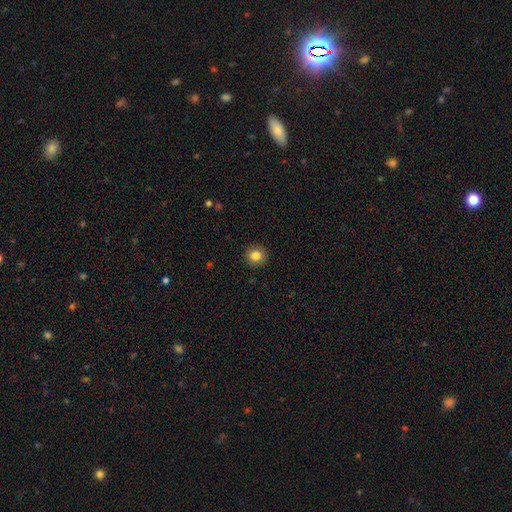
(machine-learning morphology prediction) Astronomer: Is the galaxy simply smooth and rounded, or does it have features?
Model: smooth — 84%.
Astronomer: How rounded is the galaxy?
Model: round — 91%.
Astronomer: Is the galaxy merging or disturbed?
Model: none — 91%.